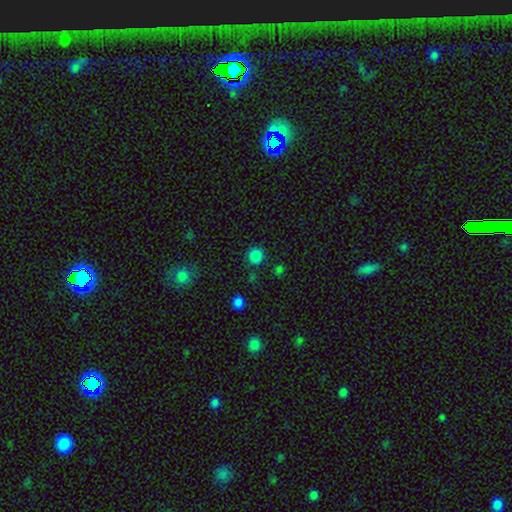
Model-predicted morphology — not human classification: This appears to be a smooth galaxy with no disk features (83%) that is round (94%). Merging: none (87%).